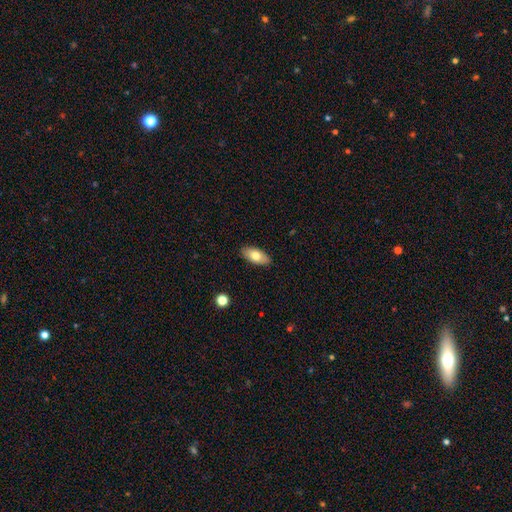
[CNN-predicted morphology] Overall: smooth (75%). How rounded: in between (90%). Merging: none (89%).